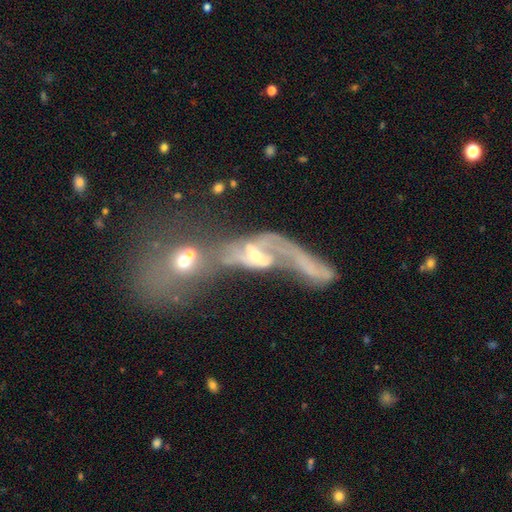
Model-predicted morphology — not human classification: Q: Smooth or featured?
A: featured or disk (67%); runner-up: smooth (20%)
Q: Edge-on disk?
A: no (88%); runner-up: yes (12%)
Q: Bar?
A: no (41%); runner-up: weak (35%)
Q: Spiral arms?
A: yes (63%); runner-up: no (37%)
Q: Bulge size?
A: moderate (37%); runner-up: small (31%)
Q: Merging?
A: merger (52%); runner-up: major disturbance (28%)